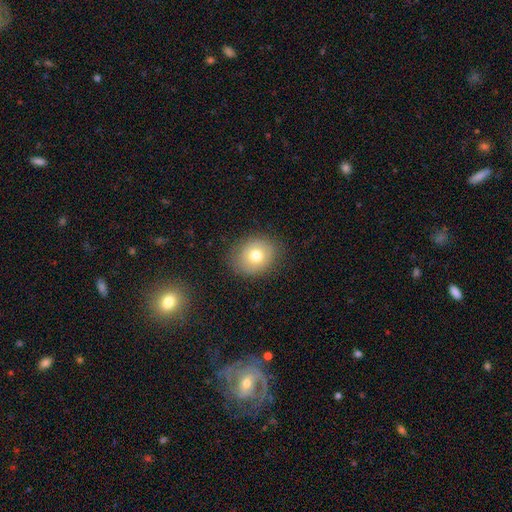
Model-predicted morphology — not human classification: A smooth galaxy with no disk features (73%) that is round (67%).

Vote fractions:
- Smooth or featured? smooth: 73% / featured or disk: 16% / star or artifact: 10%
- How rounded? round: 67% / in between: 32% / cigar-shaped: 1%
- Merging? none: 82% / minor disturbance: 13% / major disturbance: 4% / merger: 1%